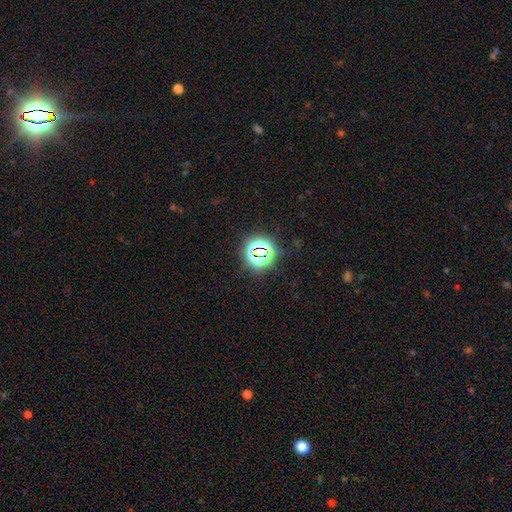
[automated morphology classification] smooth-or-featured: star or artifact: 69% | smooth: 23% | featured or disk: 8%